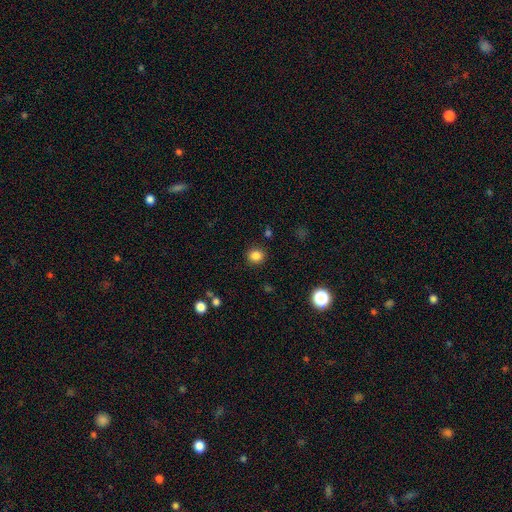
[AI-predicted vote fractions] The model was most divided on "how rounded": round: 83%, in between: 16%, cigar-shaped: 1%. More confident: merging — none (89%); smooth or featured — smooth (84%).